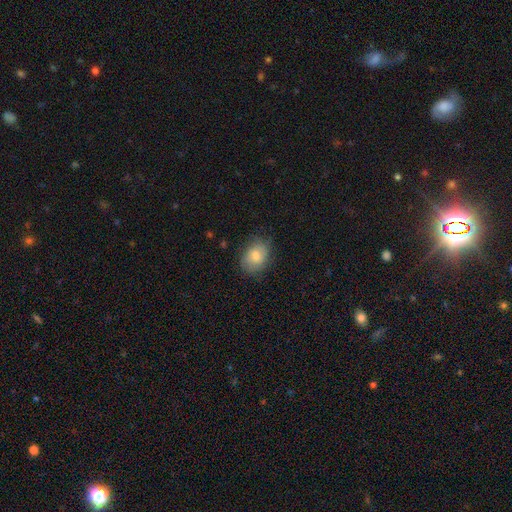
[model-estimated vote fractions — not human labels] Smooth or featured: smooth — 72% (featured or disk — 21%)
How rounded: in between — 65% (round — 33%)
Merging: none — 73% (minor disturbance — 20%)